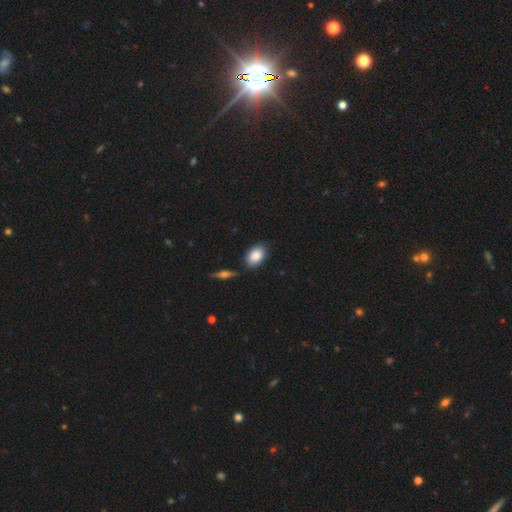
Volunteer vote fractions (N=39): Q: Smooth or featured?
A: smooth (77%); runner-up: featured or disk (15%)
Q: How rounded?
A: in between (83%); runner-up: round (17%)
Q: Merging?
A: none (72%); runner-up: minor disturbance (17%)